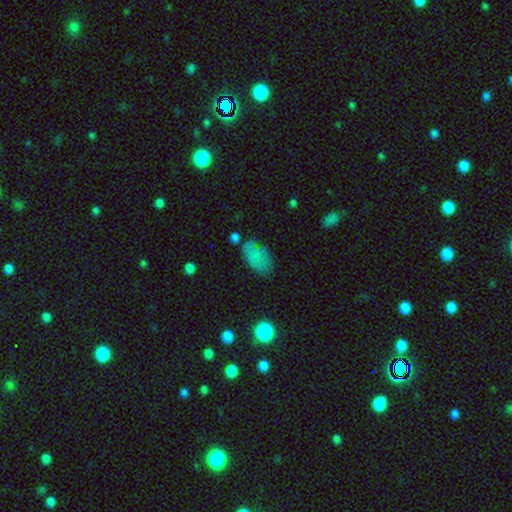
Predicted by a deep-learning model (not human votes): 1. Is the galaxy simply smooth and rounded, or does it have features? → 74% smooth, 14% featured or disk, 12% star or artifact.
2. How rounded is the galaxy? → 90% in between, 8% round, 2% cigar-shaped.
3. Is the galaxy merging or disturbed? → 51% none, 29% minor disturbance, 14% major disturbance, 7% merger.